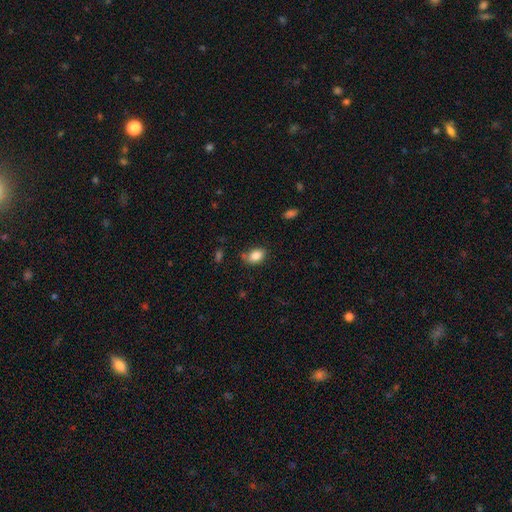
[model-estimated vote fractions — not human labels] Overall: smooth (85%). How rounded: in between (79%). Merging: none (71%).